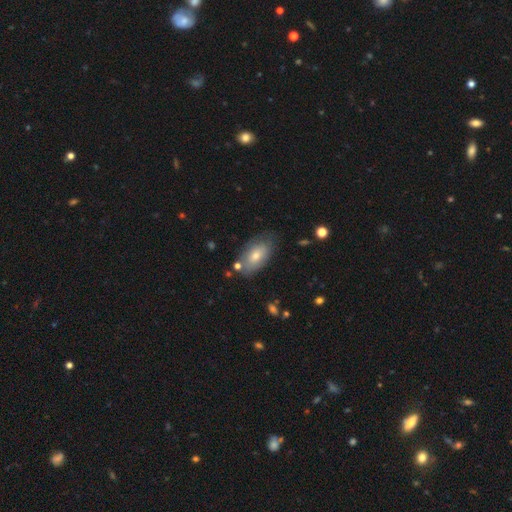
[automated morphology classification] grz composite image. It shows a smooth galaxy with no disk features (71%) that is in between round and cigar-shaped (92%). Merging: none (70%).